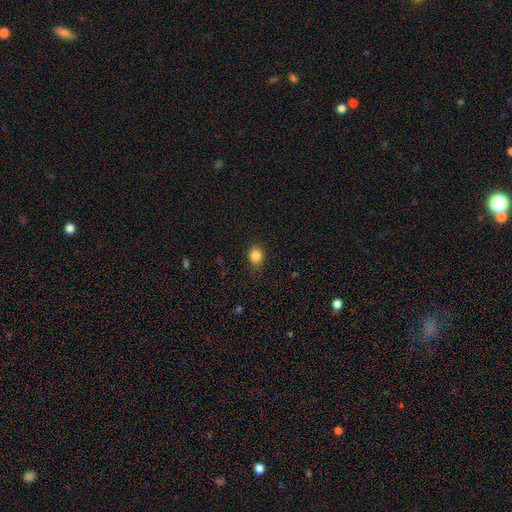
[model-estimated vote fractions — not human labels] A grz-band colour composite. It shows a smooth galaxy with no disk features (85%) that is round (58%). Merging: none (84%).